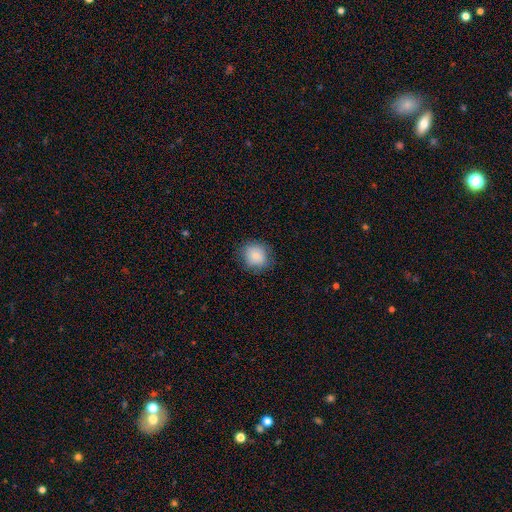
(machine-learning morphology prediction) smooth 84%, star or artifact 8%, featured or disk 7%. Down the decision tree: how rounded — round (83%); merging — none (81%).